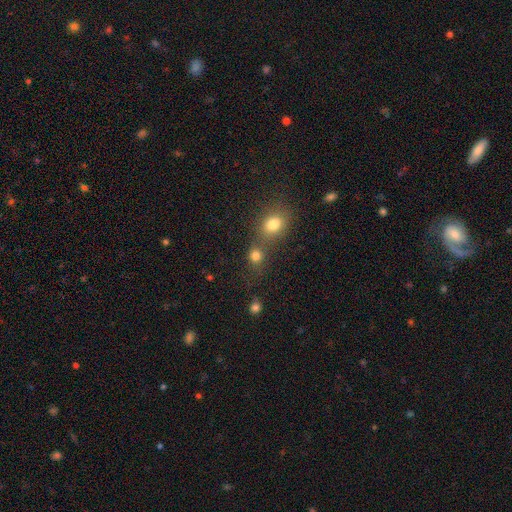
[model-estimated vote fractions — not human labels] smooth 79%, star or artifact 14%, featured or disk 7%. Down the decision tree: how rounded — round (79%); merging — none (49%).